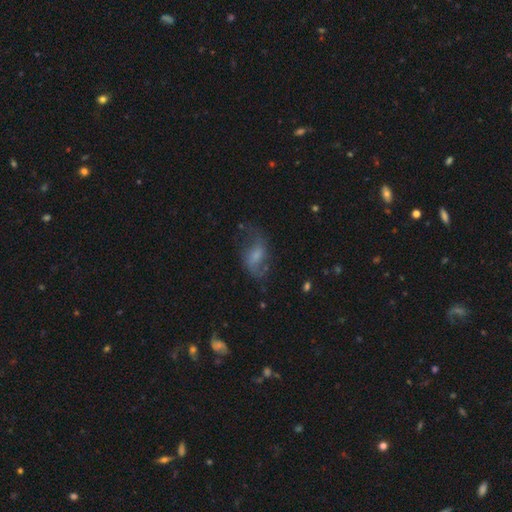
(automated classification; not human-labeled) The model was most divided on "bulge size": small: 34%, moderate: 33%, none: 22%, large: 10%, dominant: 2%. Remaining: edge-on disk — no (95%); spiral arms — yes (81%); smooth or featured — featured or disk (56%); merging — none (53%); bar — weak (48%).